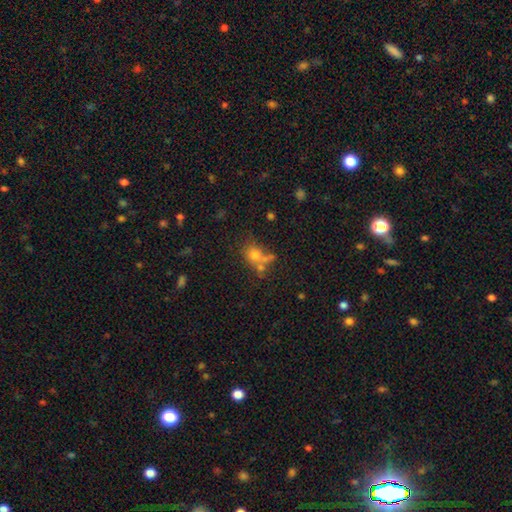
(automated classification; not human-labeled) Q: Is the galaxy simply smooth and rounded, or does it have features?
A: smooth — 66%.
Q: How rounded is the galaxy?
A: round — 61%.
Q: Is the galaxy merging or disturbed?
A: none — 42%.